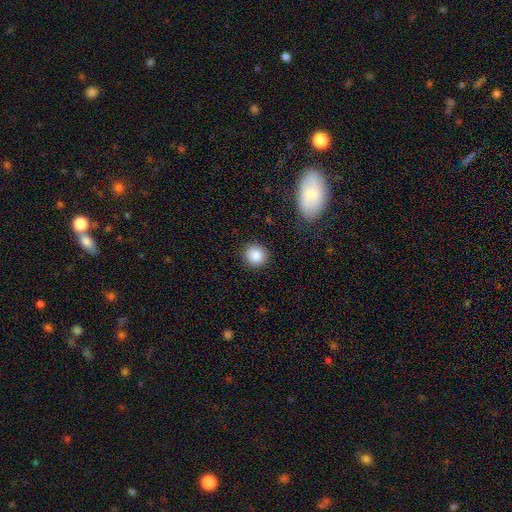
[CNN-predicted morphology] This is clearly a smooth galaxy (87%). How rounded: clearly round (89%). Merging: clearly none (89%).